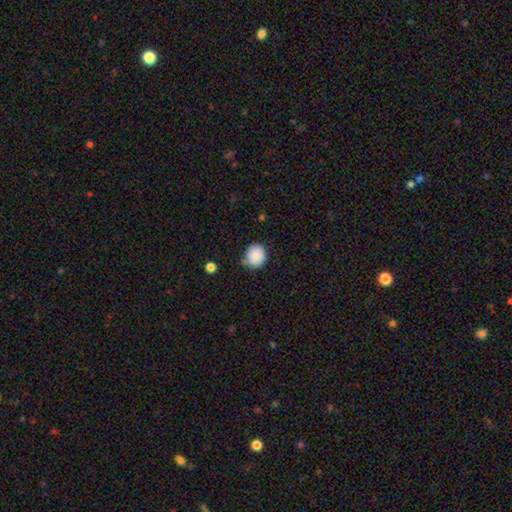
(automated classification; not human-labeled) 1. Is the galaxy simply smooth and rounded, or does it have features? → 88% smooth, 9% star or artifact, 3% featured or disk.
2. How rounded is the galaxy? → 75% round, 24% in between, 1% cigar-shaped.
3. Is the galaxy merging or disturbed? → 74% none, 18% minor disturbance, 4% merger, 4% major disturbance.